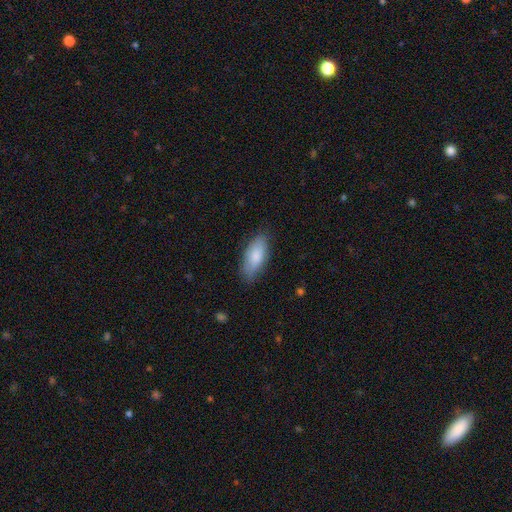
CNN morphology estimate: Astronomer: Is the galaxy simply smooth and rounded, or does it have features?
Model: smooth — 82%.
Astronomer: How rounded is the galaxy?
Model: in between — 81%.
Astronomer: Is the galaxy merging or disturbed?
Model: none — 78%.